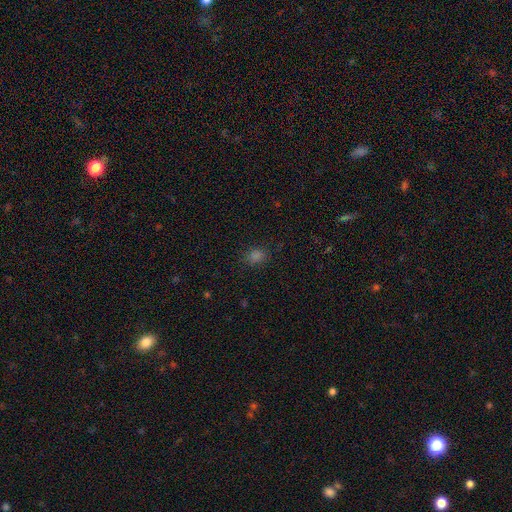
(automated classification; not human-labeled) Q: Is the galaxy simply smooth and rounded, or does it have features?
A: smooth — 74%.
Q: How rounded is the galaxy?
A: round — 51%.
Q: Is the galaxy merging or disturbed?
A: none — 83%.